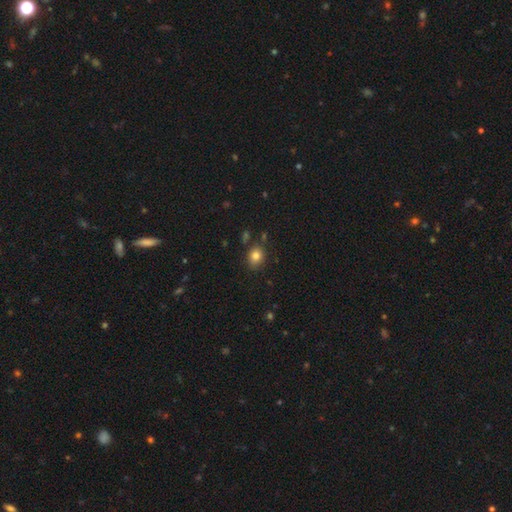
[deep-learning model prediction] Overall: smooth (81%). How rounded: round (57%; in between 42%). Merging: none (81%).